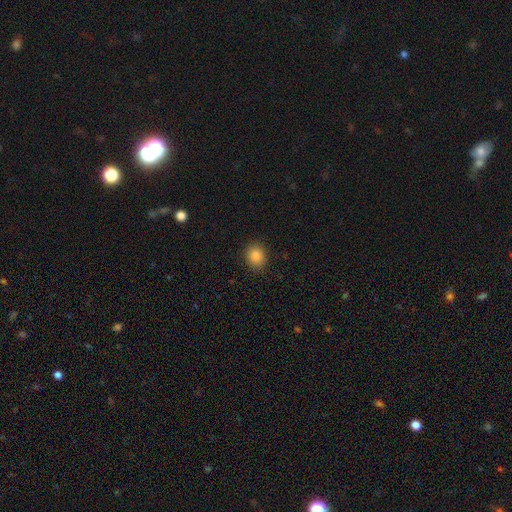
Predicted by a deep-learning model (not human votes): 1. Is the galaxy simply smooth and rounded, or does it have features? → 85% smooth, 11% star or artifact, 4% featured or disk.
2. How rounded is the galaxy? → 66% round, 33% in between, 1% cigar-shaped.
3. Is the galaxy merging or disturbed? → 88% none, 8% minor disturbance, 2% major disturbance, 1% merger.